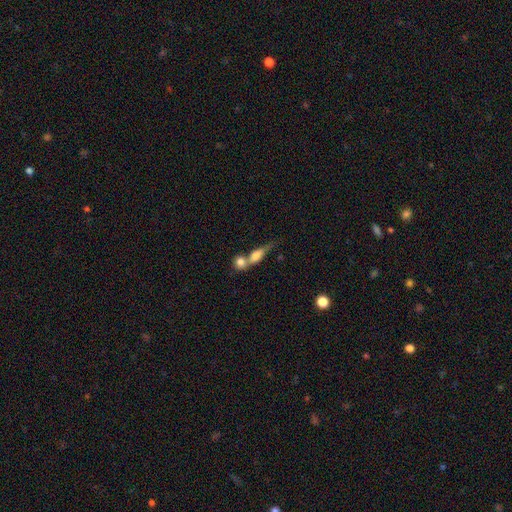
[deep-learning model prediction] Smooth or featured: smooth — 66% (featured or disk — 25%)
How rounded: in between — 51% (cigar-shaped — 27%)
Merging: merger — 61% (none — 23%)